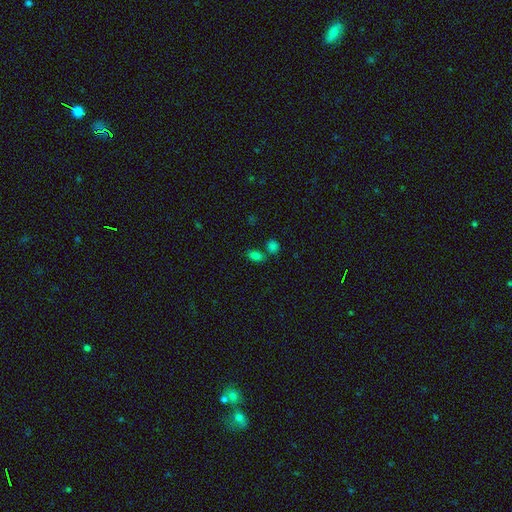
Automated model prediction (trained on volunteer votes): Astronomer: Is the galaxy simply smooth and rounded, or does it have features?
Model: smooth — 78%.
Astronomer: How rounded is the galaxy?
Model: in between — 85%.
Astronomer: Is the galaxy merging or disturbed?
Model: none — 64%.